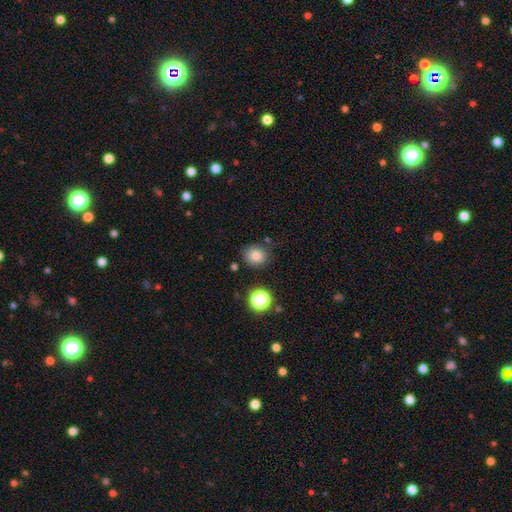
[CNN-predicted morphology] Q: Smooth or featured?
A: smooth (82%); runner-up: star or artifact (12%)
Q: How rounded?
A: round (77%); runner-up: in between (22%)
Q: Merging?
A: none (80%); runner-up: minor disturbance (13%)